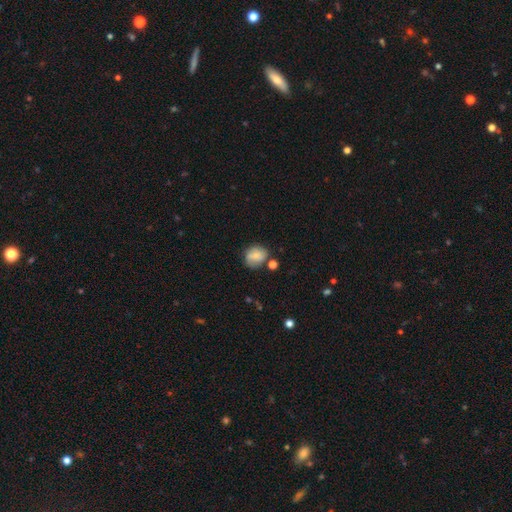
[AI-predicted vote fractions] Morphology: type=smooth (66%); roundness=round (66%); merging=none (61%).